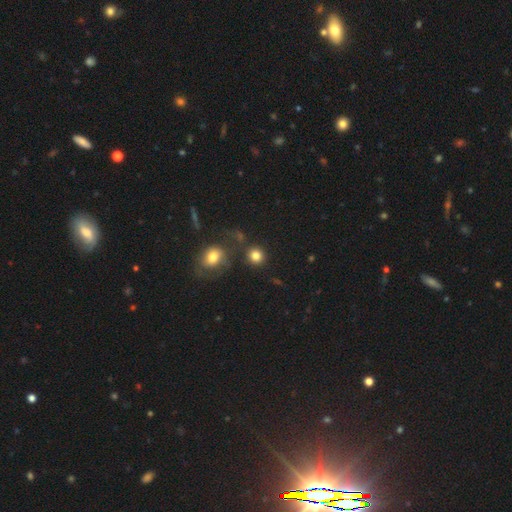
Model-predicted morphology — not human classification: smooth-or-featured: smooth: 83% | star or artifact: 11% | featured or disk: 6%
  how-rounded: round: 87% | in between: 12% | cigar-shaped: 1%
  merging: none: 78% | merger: 10% | minor disturbance: 9% | major disturbance: 4%